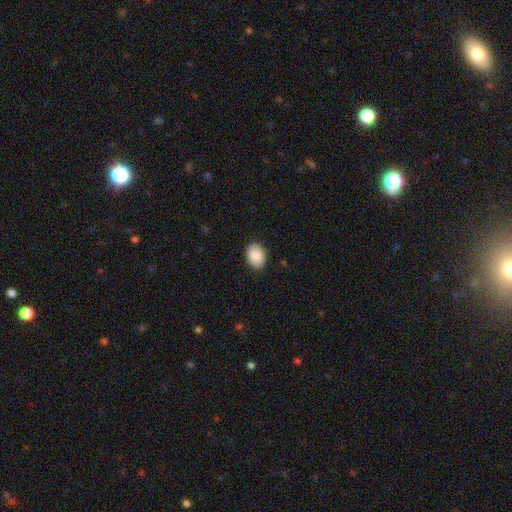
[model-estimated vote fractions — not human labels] This appears to be a smooth galaxy with no disk features (86%) that is in between round and cigar-shaped (75%). Merging: none (90%).